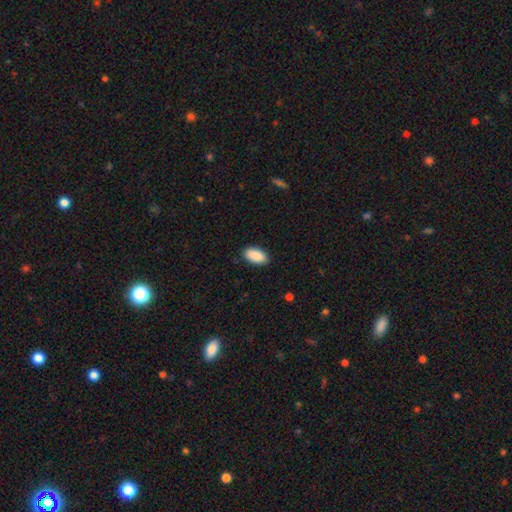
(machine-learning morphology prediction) Smooth or featured: smooth — 91% (star or artifact — 6%)
How rounded: in between — 95% (cigar-shaped — 3%)
Merging: none — 88% (minor disturbance — 9%)